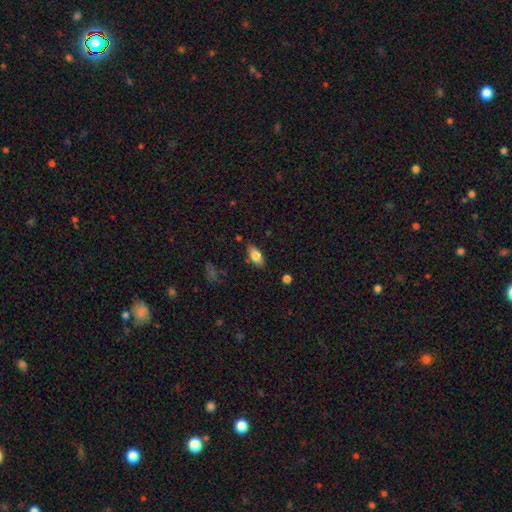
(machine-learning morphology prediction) Q: Smooth or featured?
A: smooth (80%); runner-up: featured or disk (13%)
Q: How rounded?
A: in between (87%); runner-up: cigar-shaped (10%)
Q: Merging?
A: none (83%); runner-up: minor disturbance (13%)